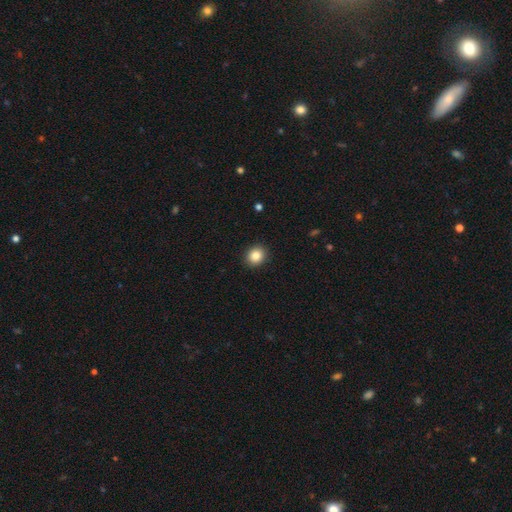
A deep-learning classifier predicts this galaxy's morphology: smooth-or-featured: smooth: 86% | star or artifact: 10% | featured or disk: 5%
  how-rounded: round: 73% | in between: 26% | cigar-shaped: 1%
  merging: none: 91% | minor disturbance: 6% | major disturbance: 2% | merger: 1%